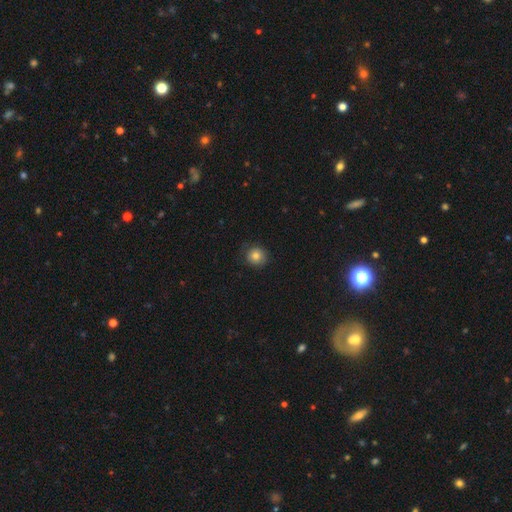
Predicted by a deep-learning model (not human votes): A smooth galaxy with no disk features (81%) that is round (91%).

Vote fractions:
- Smooth or featured? smooth: 81% / star or artifact: 10% / featured or disk: 9%
- How rounded? round: 91% / in between: 9% / cigar-shaped: 1%
- Merging? none: 81% / minor disturbance: 14% / major disturbance: 4% / merger: 1%